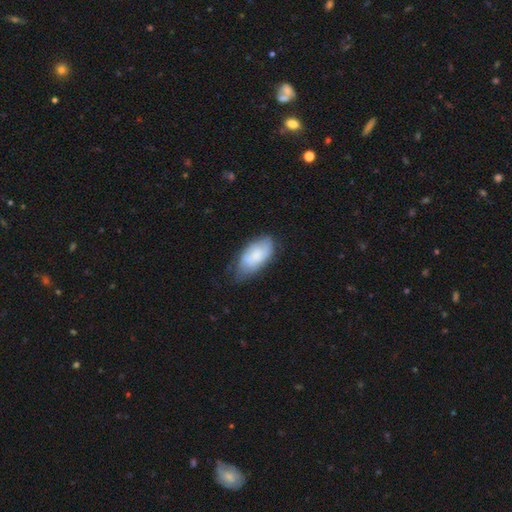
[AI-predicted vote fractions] Morphology: type=smooth (73%); roundness=in between (94%); merging=none (55%).